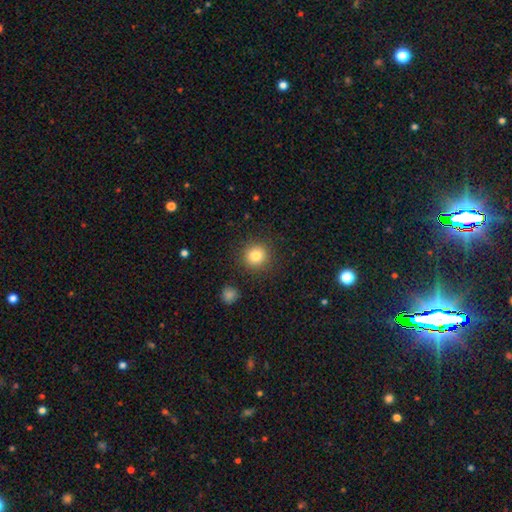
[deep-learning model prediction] A smooth galaxy with no disk features (83%) that is round (93%). Merging: none (89%).